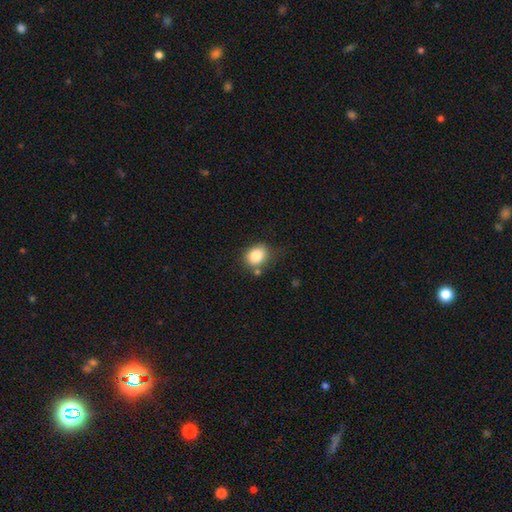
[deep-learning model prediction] A smooth galaxy with no disk features (83%) that is round (51%).

Vote fractions:
- Smooth or featured? smooth: 83% / star or artifact: 9% / featured or disk: 8%
- How rounded? round: 51% / in between: 48% / cigar-shaped: 1%
- Merging? none: 69% / minor disturbance: 19% / merger: 7% / major disturbance: 5%